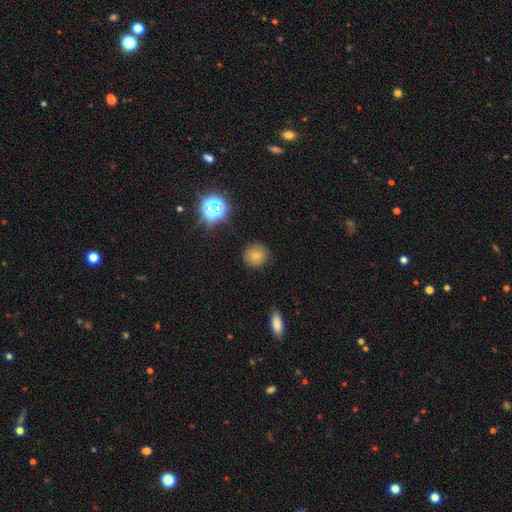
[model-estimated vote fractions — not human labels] The model was most divided on "smooth or featured": smooth: 73%, star or artifact: 16%, featured or disk: 11%. More confident: how rounded — round (90%); merging — none (86%).